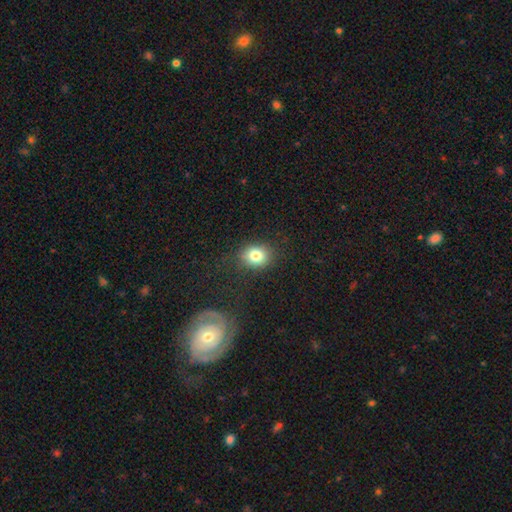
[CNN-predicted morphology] This is clearly a smooth galaxy (80%). How rounded: possibly round (59%). Merging: clearly none (83%).